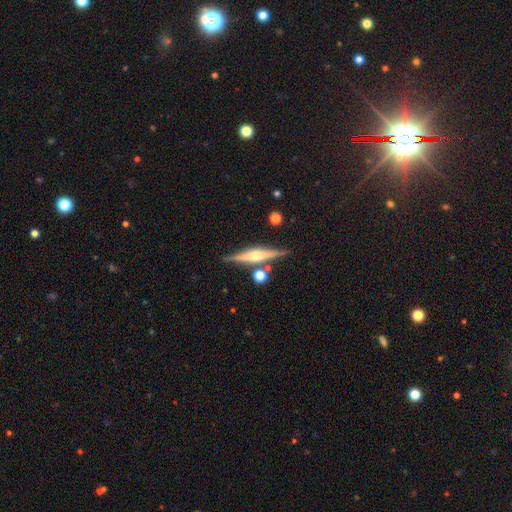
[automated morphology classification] This is likely a featured or disk galaxy (71%). It is clearly viewed edge-on (97%). Edge-on bulge: likely rounded (78%). Merging: clearly none (82%).